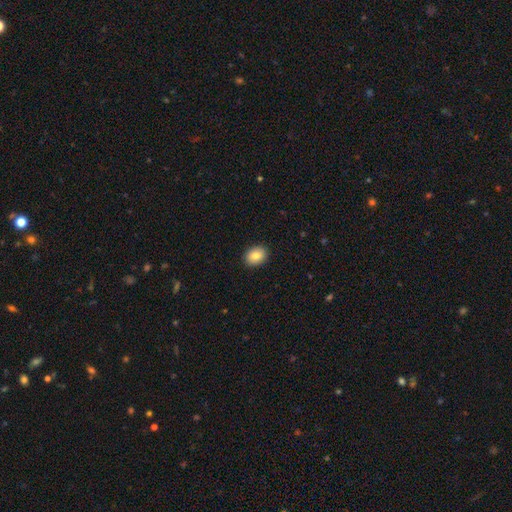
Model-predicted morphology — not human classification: A smooth galaxy with no disk features (85%) that is in between round and cigar-shaped (66%).

Vote fractions:
- Smooth or featured? smooth: 85% / star or artifact: 8% / featured or disk: 8%
- How rounded? in between: 66% / round: 33% / cigar-shaped: 1%
- Merging? none: 91% / minor disturbance: 7% / major disturbance: 2% / merger: 1%